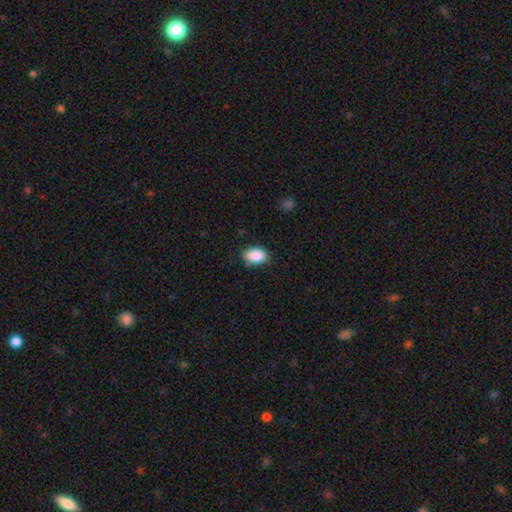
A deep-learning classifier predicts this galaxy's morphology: Smooth or featured? smooth (89%)
How rounded? in between (89%)
Merging? none (81%)